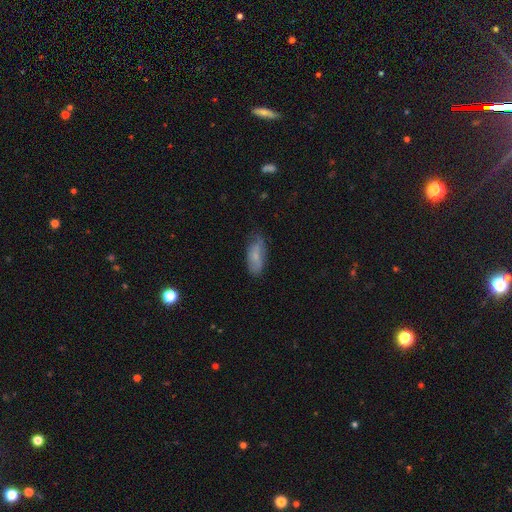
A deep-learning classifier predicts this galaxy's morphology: smooth 68%, featured or disk 24%, star or artifact 8%. Down the decision tree: how rounded — in between (80%); merging — none (65%).